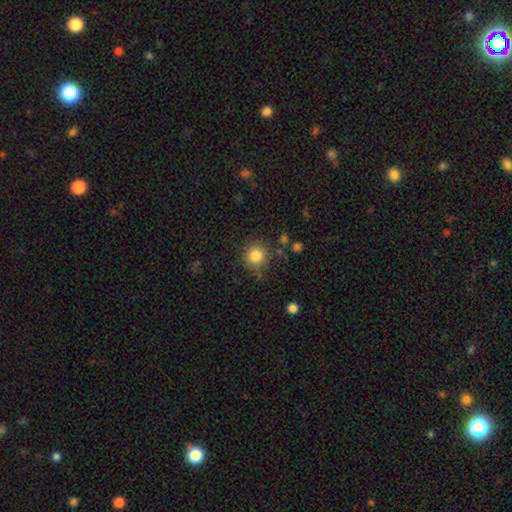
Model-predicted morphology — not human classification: Smooth or featured? smooth (83%)
How rounded? round (92%)
Merging? none (82%)